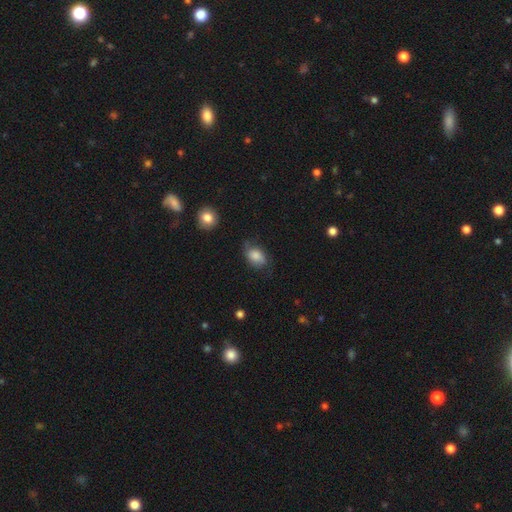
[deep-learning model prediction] A smooth galaxy with no disk features (72%) that is in between round and cigar-shaped (79%). Merging: none (54%).